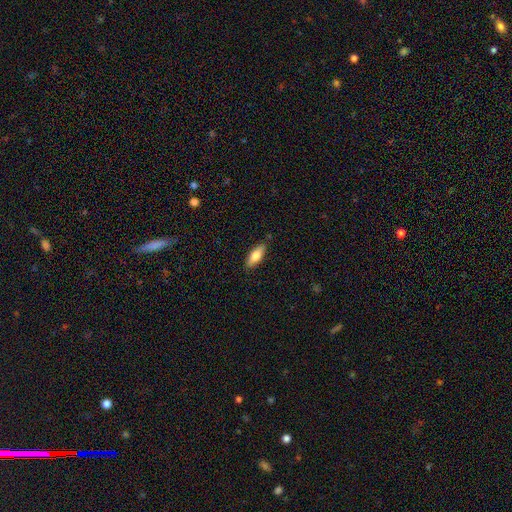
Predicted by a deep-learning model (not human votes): A smooth galaxy with no disk features (76%) that is in between round and cigar-shaped (73%). Merging: none (86%).